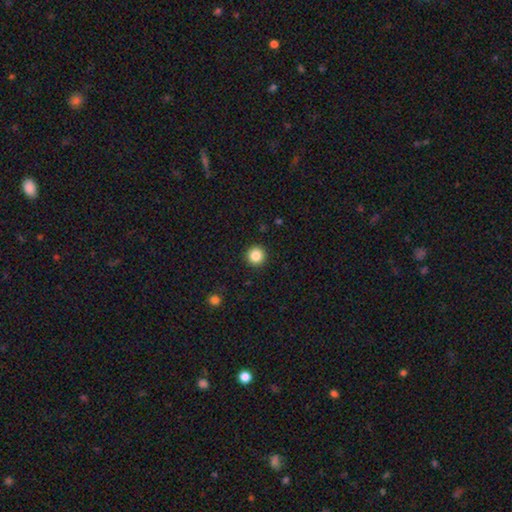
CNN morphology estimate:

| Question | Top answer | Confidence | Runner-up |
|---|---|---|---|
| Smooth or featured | smooth | 85% | star or artifact (10%) |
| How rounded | round | 96% | in between (3%) |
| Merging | none | 93% | minor disturbance (4%) |